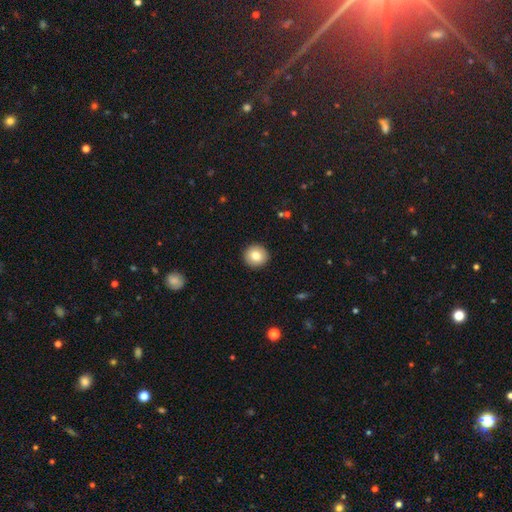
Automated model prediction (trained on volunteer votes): smooth-or-featured: smooth: 83% | featured or disk: 9% | star or artifact: 9%
  how-rounded: round: 93% | in between: 6% | cigar-shaped: 1%
  merging: none: 92% | minor disturbance: 5% | major disturbance: 2% | merger: 1%